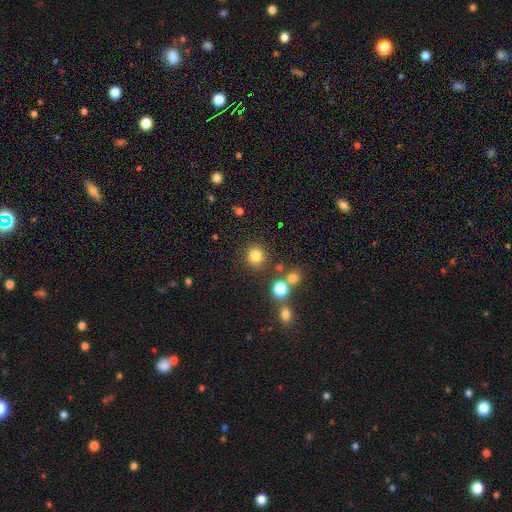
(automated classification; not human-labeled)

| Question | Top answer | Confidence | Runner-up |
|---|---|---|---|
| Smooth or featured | smooth | 81% | star or artifact (14%) |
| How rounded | round | 93% | in between (6%) |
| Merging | none | 84% | minor disturbance (7%) |